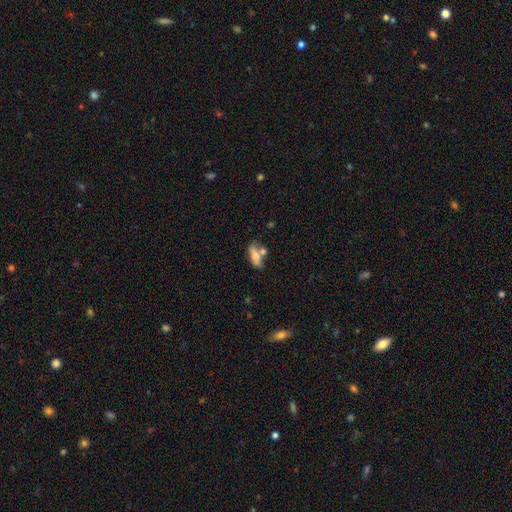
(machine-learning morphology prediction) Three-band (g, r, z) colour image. It shows a smooth galaxy with no disk features (65%) that is in between round and cigar-shaped (73%). Merging: none (50%).